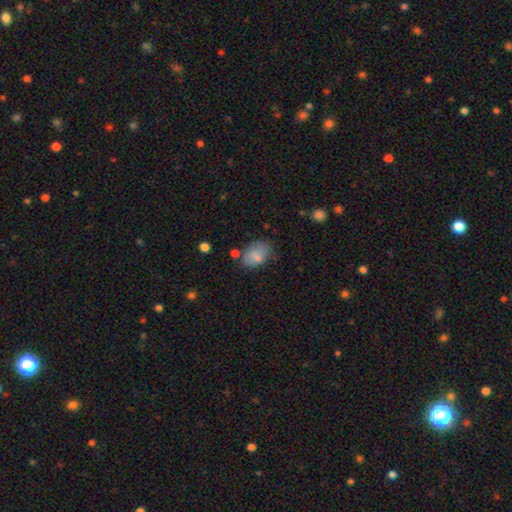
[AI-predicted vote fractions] smooth 79%, featured or disk 12%, star or artifact 9%. Down the decision tree: how rounded — in between (86%); merging — none (60%).